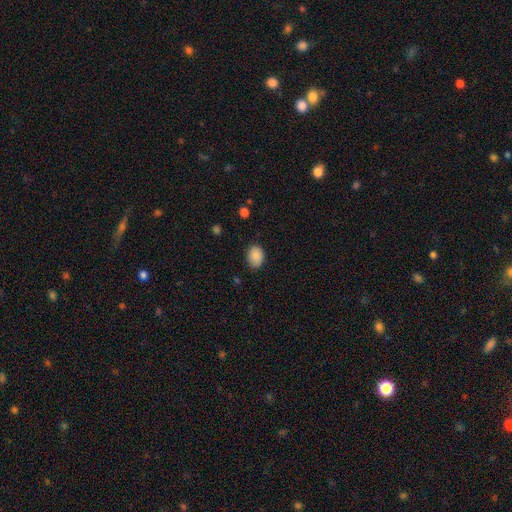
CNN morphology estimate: Smooth or featured? Predicted: smooth (p=0.88). How rounded? Predicted: in between (p=0.68). Merging? Predicted: none (p=0.82).